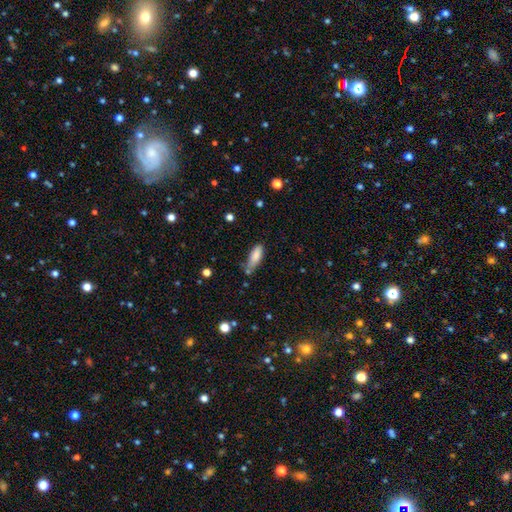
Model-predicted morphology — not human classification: smooth_or_featured: smooth (p=0.83) [alt: featured or disk p=0.10]
how_rounded: in between (p=0.63) [alt: cigar-shaped p=0.35]
merging: none (p=0.53) [alt: minor disturbance p=0.31]